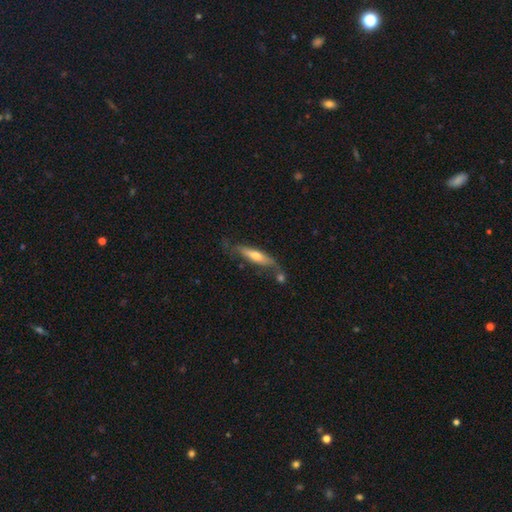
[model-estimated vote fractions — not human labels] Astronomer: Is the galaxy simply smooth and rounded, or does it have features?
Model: smooth — 47%, tied with featured or disk at 47%.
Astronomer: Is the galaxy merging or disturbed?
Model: none — 53%.